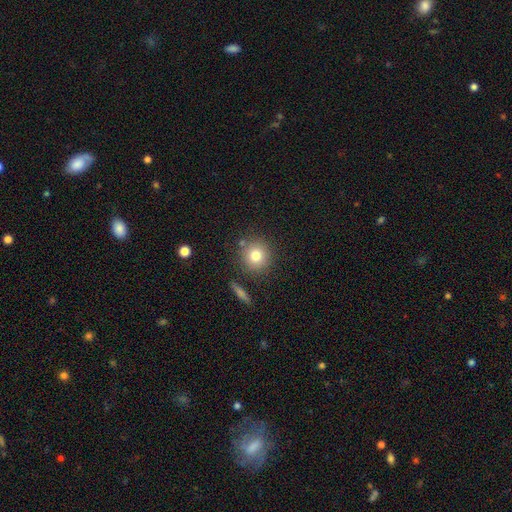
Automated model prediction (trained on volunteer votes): Morphology: type=smooth (78%); roundness=round (91%); merging=none (82%).